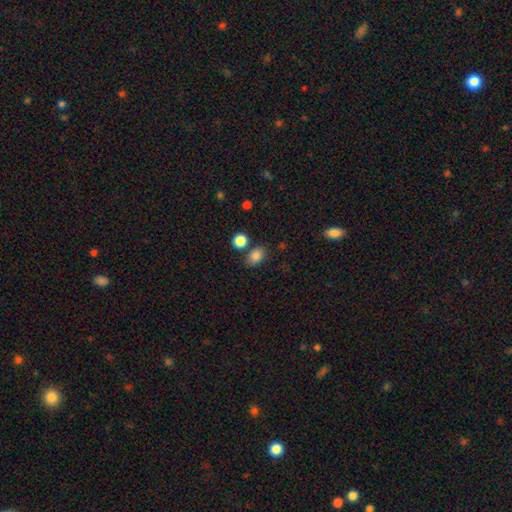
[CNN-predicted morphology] Smooth or featured? Predicted: smooth (p=0.85). How rounded? Predicted: in between (p=0.71). Merging? Predicted: none (p=0.72).